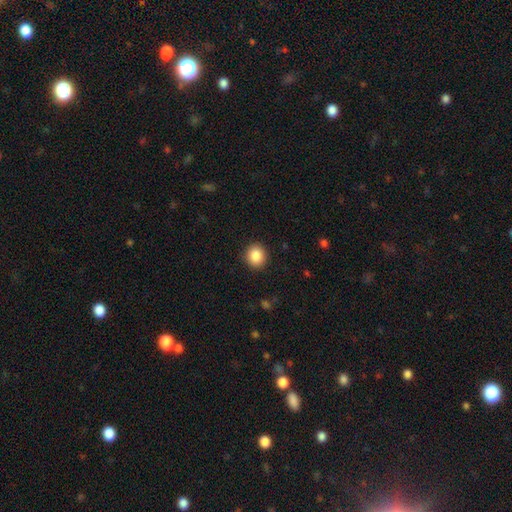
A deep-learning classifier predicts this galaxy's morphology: A smooth galaxy with no disk features (87%) that is round (83%). Merging: none (91%).